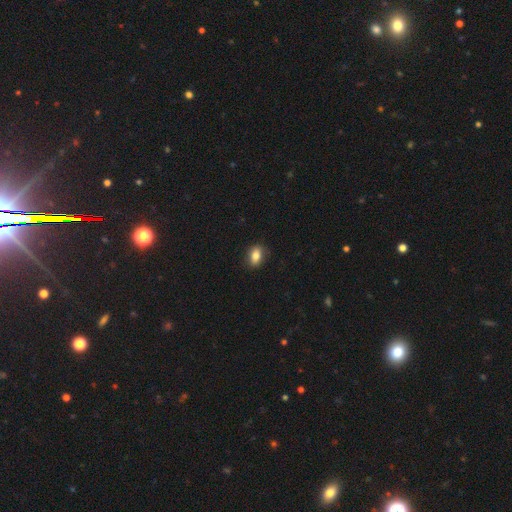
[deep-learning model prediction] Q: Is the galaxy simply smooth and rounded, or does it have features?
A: smooth — 83%.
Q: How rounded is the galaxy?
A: in between — 78%.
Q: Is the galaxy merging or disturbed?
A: none — 85%.